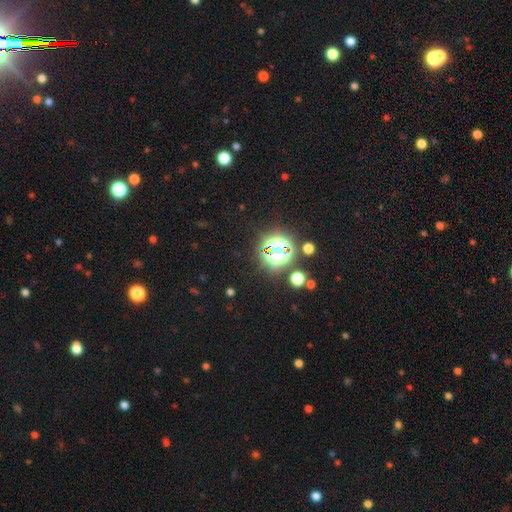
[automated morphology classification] star or artifact 80%, smooth 13%, featured or disk 6%.